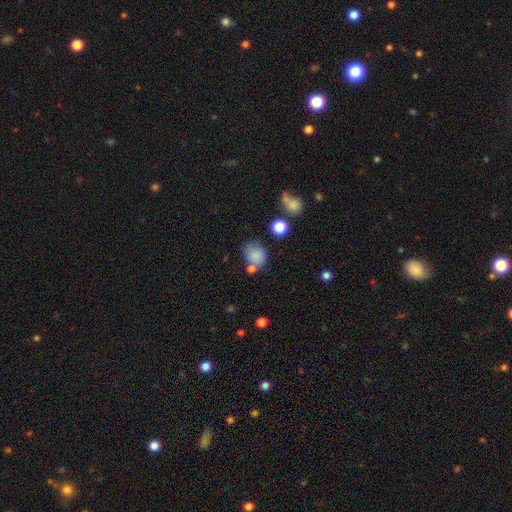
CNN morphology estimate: Overall: smooth (80%). How rounded: round (55%; in between 44%). Merging: none (51%; minor disturbance 21%).